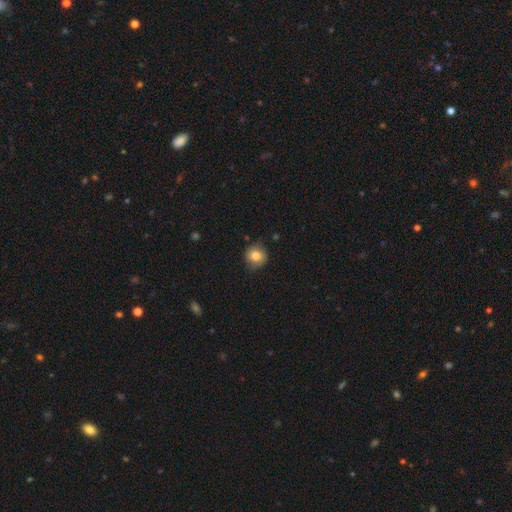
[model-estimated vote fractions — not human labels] The model was most divided on "merging": none: 80%, minor disturbance: 16%, major disturbance: 3%, merger: 1%. More confident: how rounded — round (88%); smooth or featured — smooth (82%).